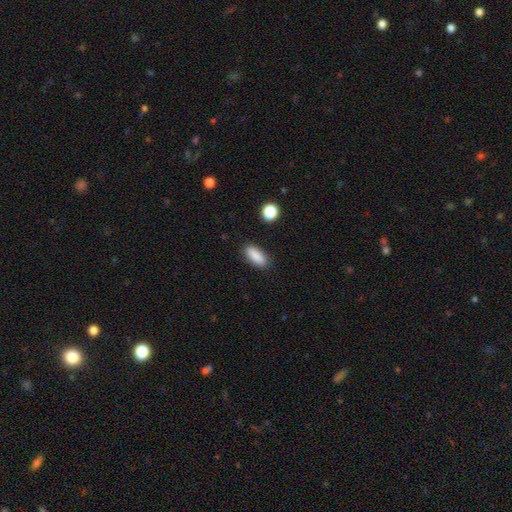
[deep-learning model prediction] A smooth galaxy with no disk features (87%) that is in between round and cigar-shaped (75%). Merging: none (87%).